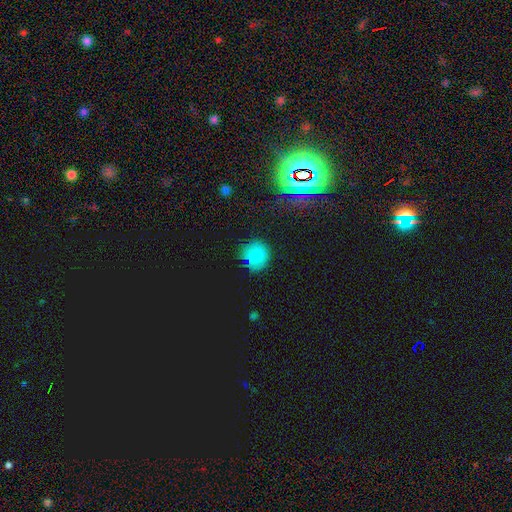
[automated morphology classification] This appears to be a smooth galaxy with no disk features (70%) that is round (73%). Merging: none (69%).